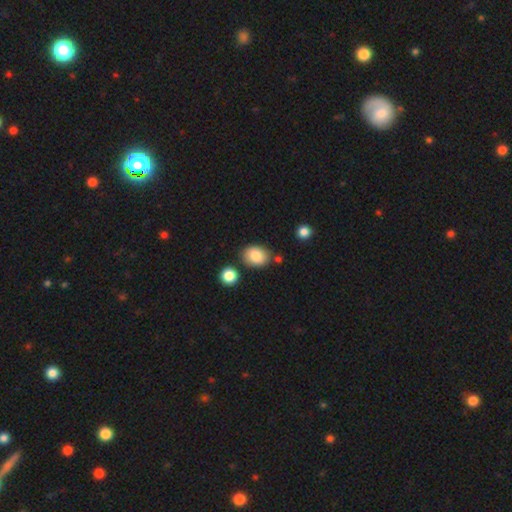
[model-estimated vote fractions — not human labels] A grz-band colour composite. It shows a smooth galaxy with no disk features (85%) that is in between round and cigar-shaped (69%). Merging: none (75%).